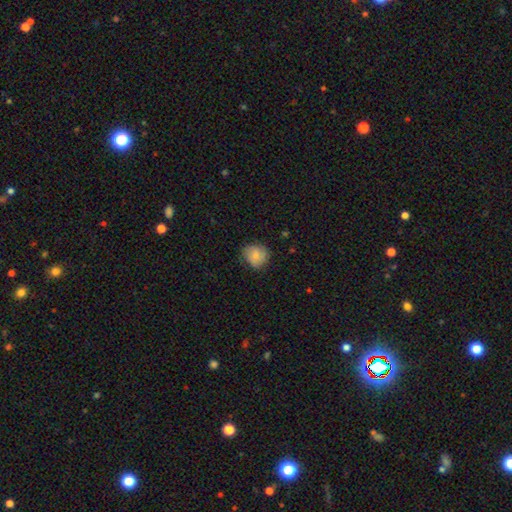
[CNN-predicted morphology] smooth-or-featured: smooth: 77% | featured or disk: 15% | star or artifact: 8%
  how-rounded: round: 82% | in between: 18% | cigar-shaped: 1%
  merging: none: 72% | minor disturbance: 23% | major disturbance: 5% | merger: 1%